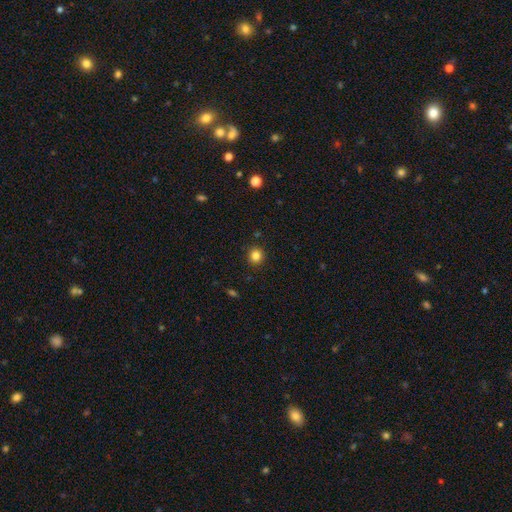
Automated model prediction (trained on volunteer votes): Morphology: type=smooth (84%); roundness=round (91%); merging=none (91%).